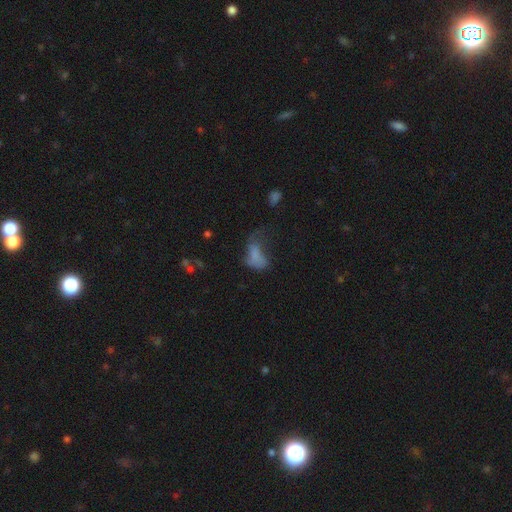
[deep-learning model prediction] The model was most divided on "merging": major disturbance: 53%, minor disturbance: 20%, none: 19%, merger: 8%. More confident: how rounded — in between (87%); smooth or featured — smooth (63%).